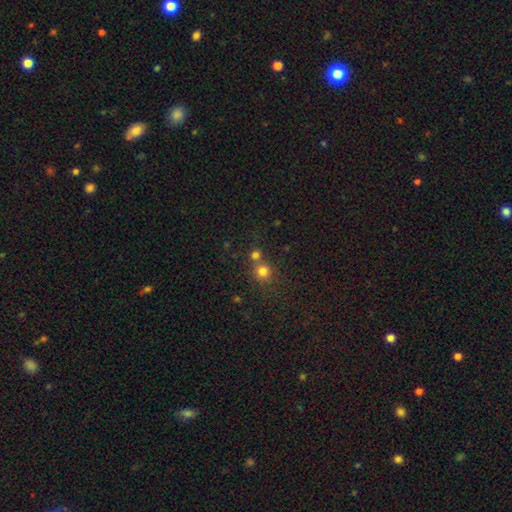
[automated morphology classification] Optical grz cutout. It shows a smooth galaxy with no disk features (76%) that is round (90%). Merging: none (57%).